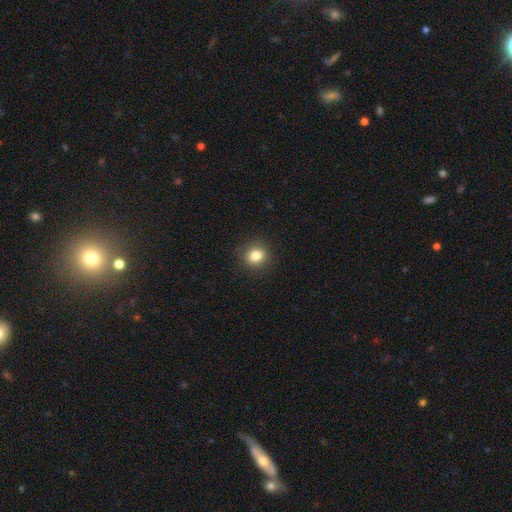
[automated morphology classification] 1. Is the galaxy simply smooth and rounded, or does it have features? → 82% smooth, 12% star or artifact, 6% featured or disk.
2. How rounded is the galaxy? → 81% round, 18% in between, 1% cigar-shaped.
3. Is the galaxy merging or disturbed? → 90% none, 7% minor disturbance, 2% major disturbance, 1% merger.